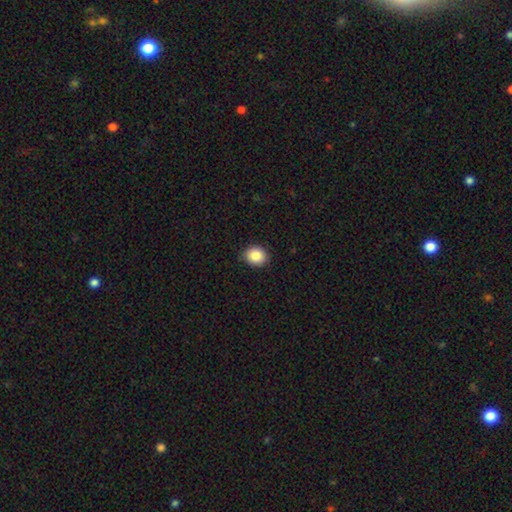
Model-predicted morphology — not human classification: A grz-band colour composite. It shows a smooth galaxy with no disk features (86%) that is round (63%). Merging: none (88%).